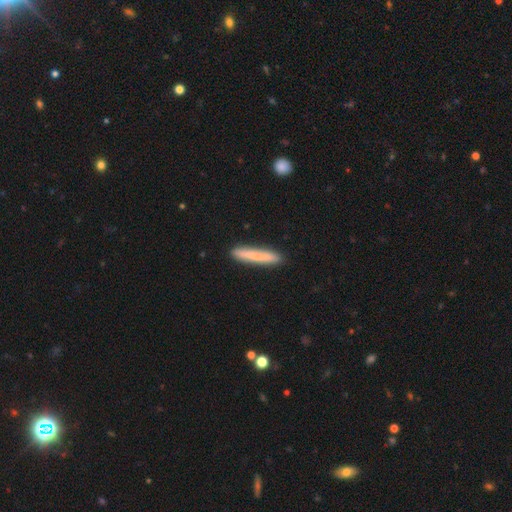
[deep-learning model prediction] Overall: smooth (77%). How rounded: cigar-shaped (95%). Merging: none (89%).